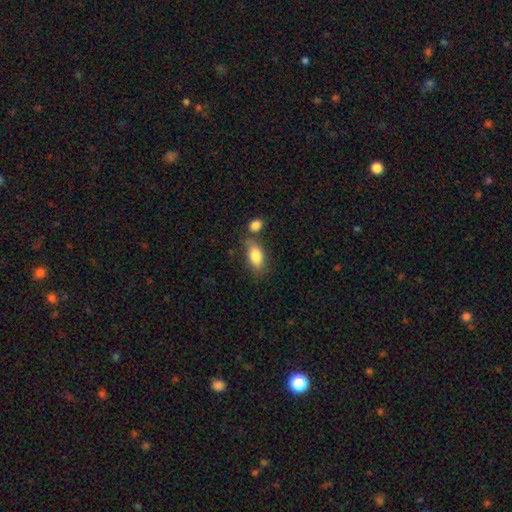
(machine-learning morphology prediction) Smooth or featured? smooth (81%)
How rounded? in between (86%)
Merging? none (57%)